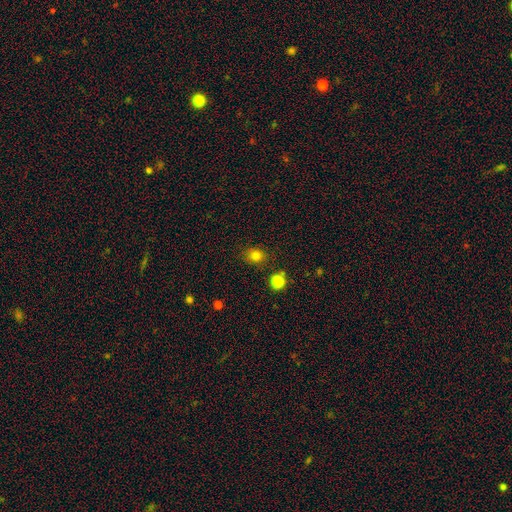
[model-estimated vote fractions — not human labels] Overall: smooth (81%). How rounded: round (68%; in between 31%). Merging: none (84%).